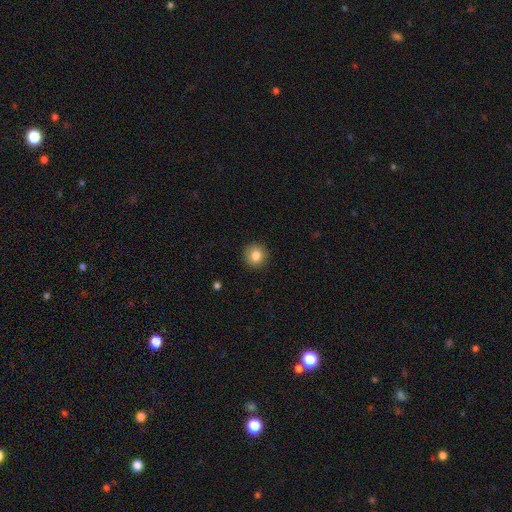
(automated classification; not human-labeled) Smooth or featured: smooth — 84% (star or artifact — 9%)
How rounded: round — 88% (in between — 11%)
Merging: none — 90% (minor disturbance — 7%)